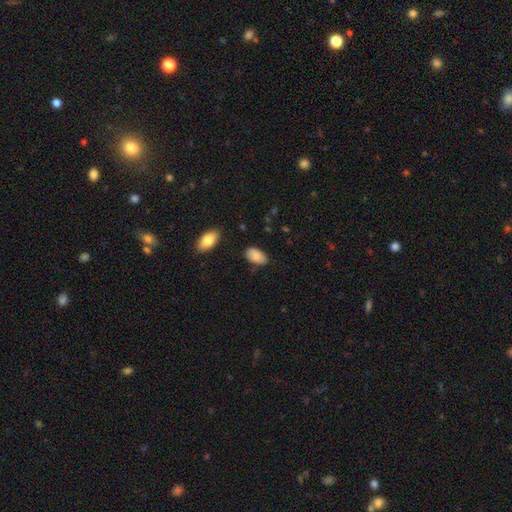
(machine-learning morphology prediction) This is clearly a smooth galaxy (83%). How rounded: clearly in between (94%). Merging: likely none (75%).